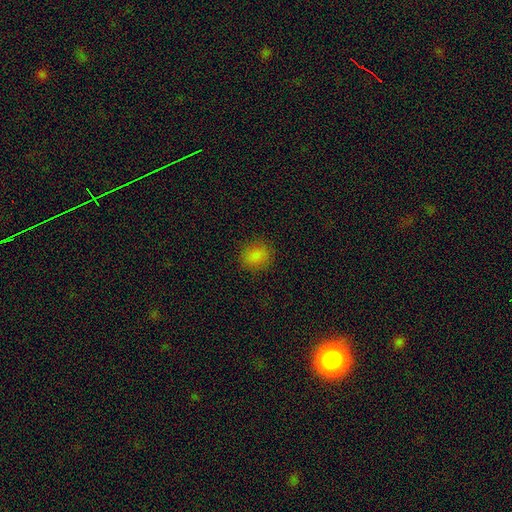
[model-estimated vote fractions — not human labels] The model was most divided on "how rounded": round: 71%, in between: 28%, cigar-shaped: 1%. More confident: merging — none (87%); smooth or featured — smooth (82%).